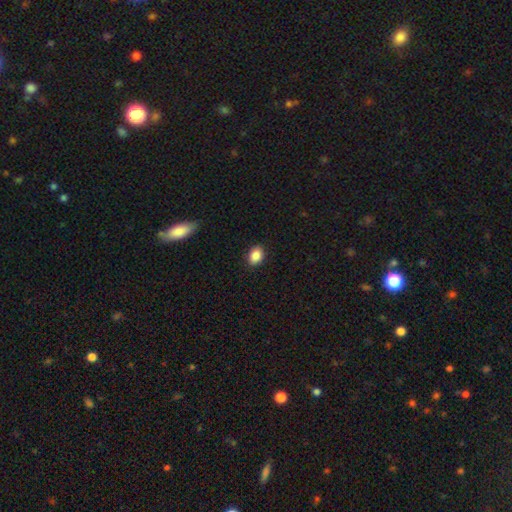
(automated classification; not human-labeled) This is clearly a smooth galaxy (88%). How rounded: likely in between (70%). Merging: clearly none (89%).